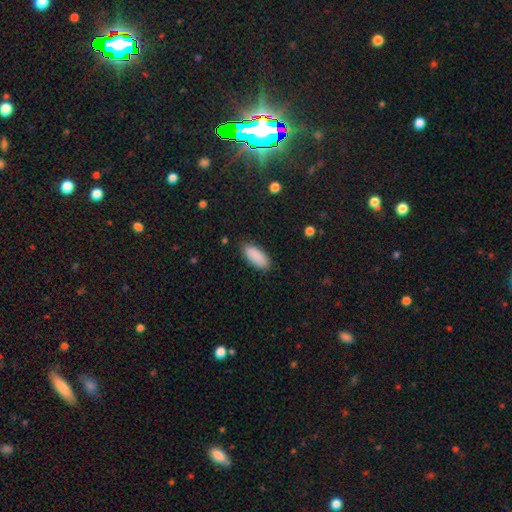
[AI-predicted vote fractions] Smooth or featured?
  - smooth: 90% *
  - star or artifact: 6%
  - featured or disk: 4%
How rounded?
  - in between: 83% *
  - cigar-shaped: 15%
  - round: 2%
Merging?
  - none: 86% *
  - minor disturbance: 10%
  - major disturbance: 2%
  - merger: 1%